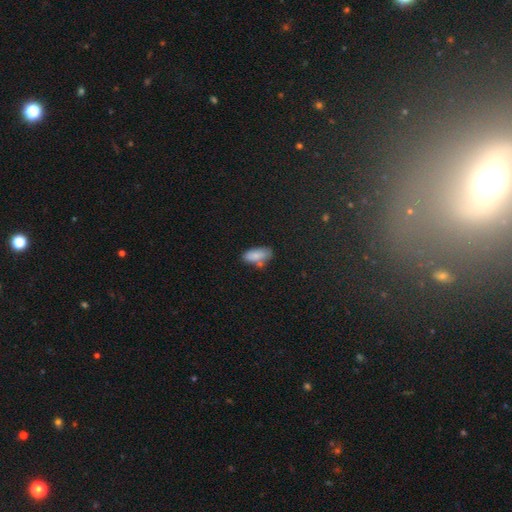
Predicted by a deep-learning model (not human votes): Smooth or featured? Predicted: smooth (p=0.82). How rounded? Predicted: in between (p=0.85). Merging? Predicted: none (p=0.58).